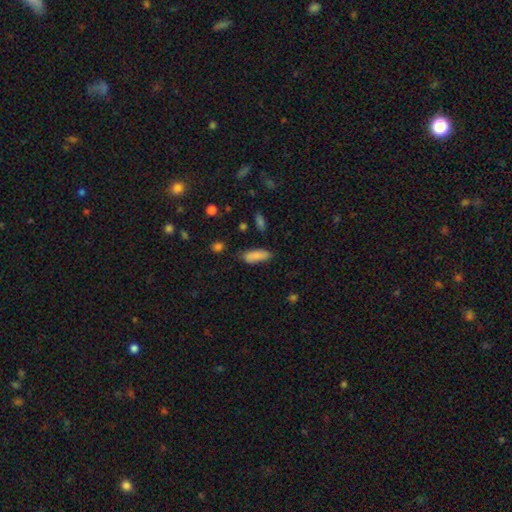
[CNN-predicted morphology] Smooth or featured?
  - smooth: 85% *
  - featured or disk: 8%
  - star or artifact: 7%
How rounded?
  - in between: 75% *
  - cigar-shaped: 23%
  - round: 2%
Merging?
  - none: 73% *
  - minor disturbance: 20%
  - major disturbance: 4%
  - merger: 3%